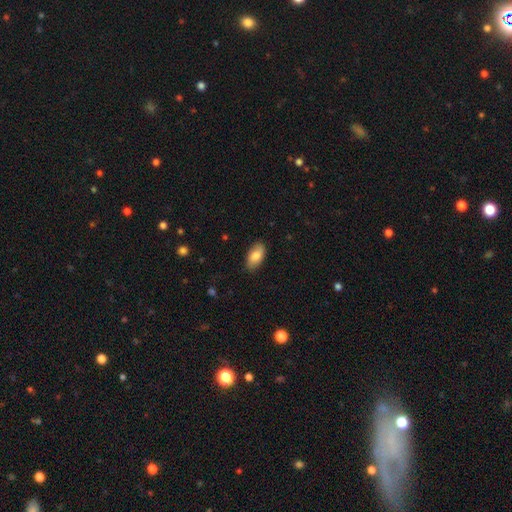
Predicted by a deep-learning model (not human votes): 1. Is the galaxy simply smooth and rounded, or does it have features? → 82% smooth, 12% featured or disk, 6% star or artifact.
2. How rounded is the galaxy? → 94% in between, 3% round, 3% cigar-shaped.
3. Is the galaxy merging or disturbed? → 85% none, 12% minor disturbance, 2% major disturbance, 1% merger.